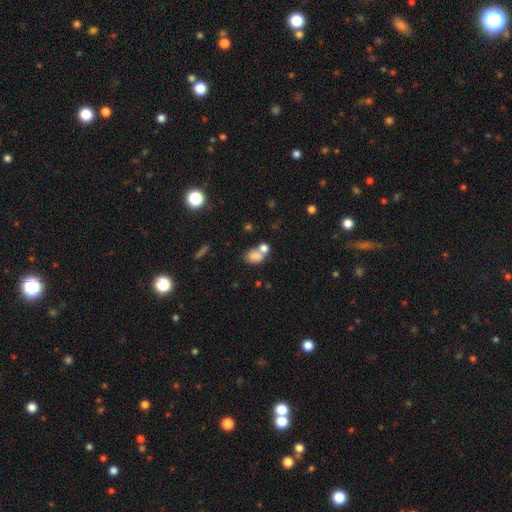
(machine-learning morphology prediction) This is likely a smooth galaxy (78%). How rounded: likely in between (75%). Merging: marginally merger (44%).